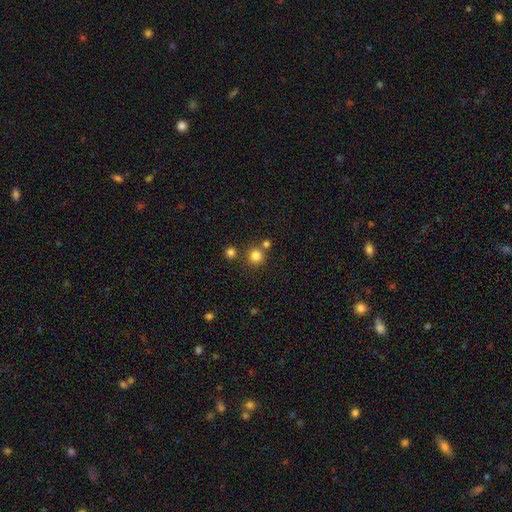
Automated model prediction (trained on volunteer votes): smooth 81%, star or artifact 14%, featured or disk 5%. Down the decision tree: how rounded — round (94%); merging — none (75%).